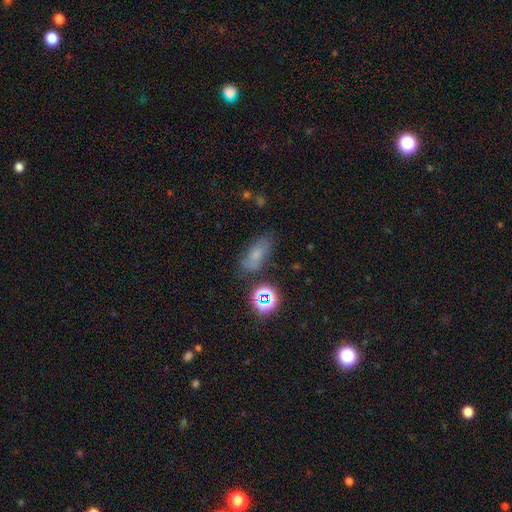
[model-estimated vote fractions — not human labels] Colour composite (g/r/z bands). It shows a smooth galaxy with no disk features (62%) that is in between round and cigar-shaped (77%). Merging: none (64%).